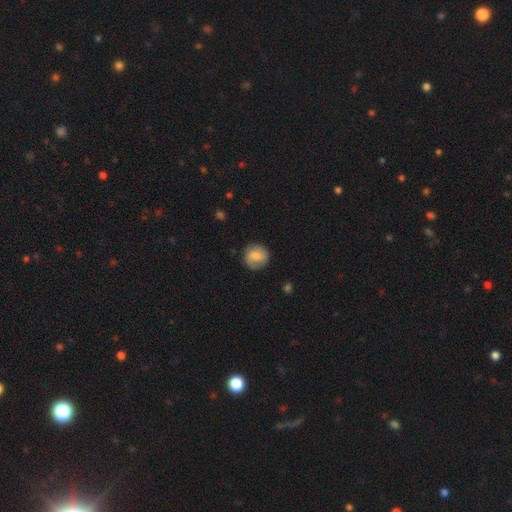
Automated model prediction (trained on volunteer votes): Overall: smooth (70%). How rounded: round (90%). Merging: none (80%).